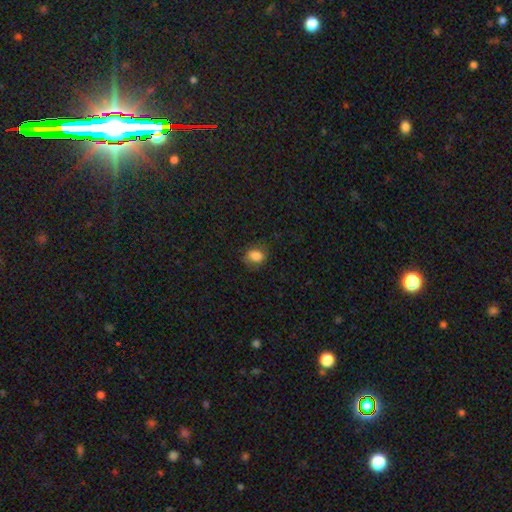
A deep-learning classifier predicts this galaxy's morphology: The model was most divided on "how rounded": in between: 56%, round: 42%, cigar-shaped: 1%. More confident: smooth or featured — smooth (81%); merging — none (72%).